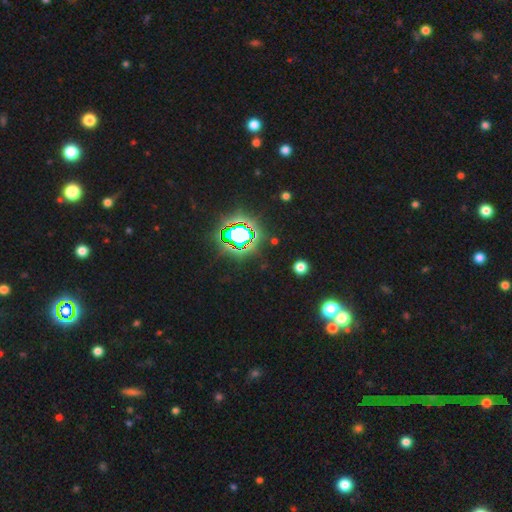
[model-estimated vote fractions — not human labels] This is likely a star or artifact rather than a galaxy (79%).